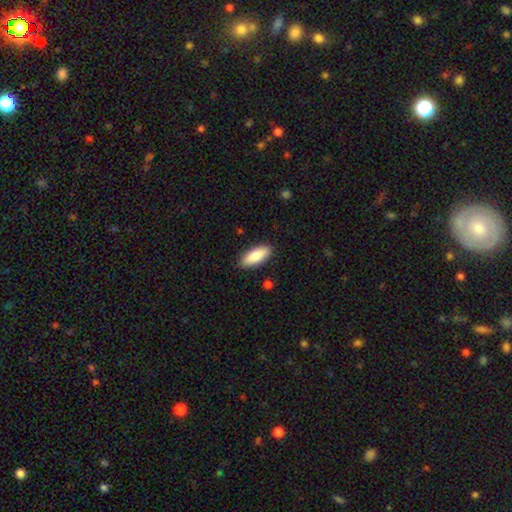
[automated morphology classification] smooth-or-featured: smooth: 86% | featured or disk: 8% | star or artifact: 6%
  how-rounded: in between: 77% | cigar-shaped: 21% | round: 2%
  merging: none: 88% | minor disturbance: 9% | major disturbance: 2% | merger: 1%